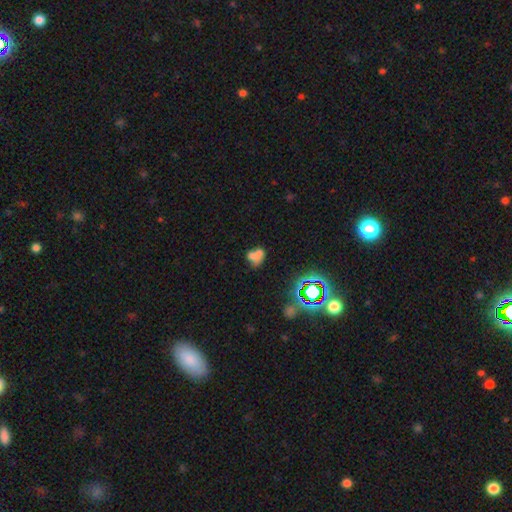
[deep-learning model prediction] The model was most divided on "how rounded": in between: 59%, round: 39%, cigar-shaped: 2%. More confident: smooth or featured — smooth (59%); merging — merger (53%).